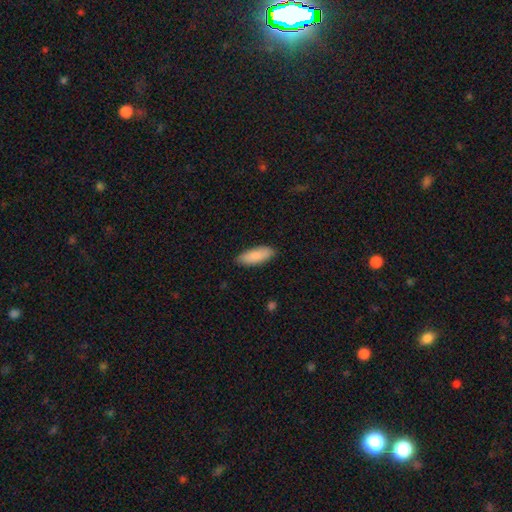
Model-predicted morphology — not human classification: type=smooth (89%); roundness=in between (71%); merging=none (87%).